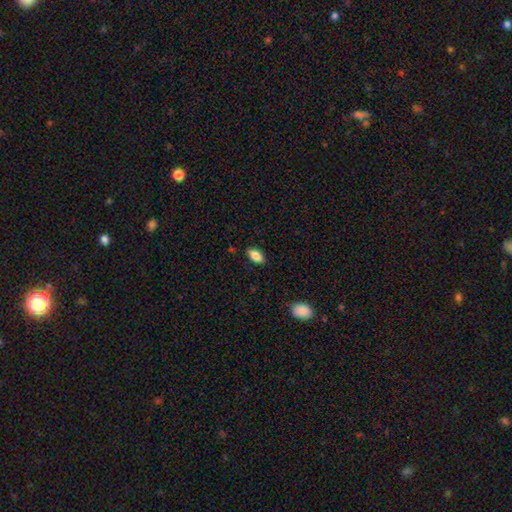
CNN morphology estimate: type=smooth (85%); roundness=in between (91%); merging=none (87%).